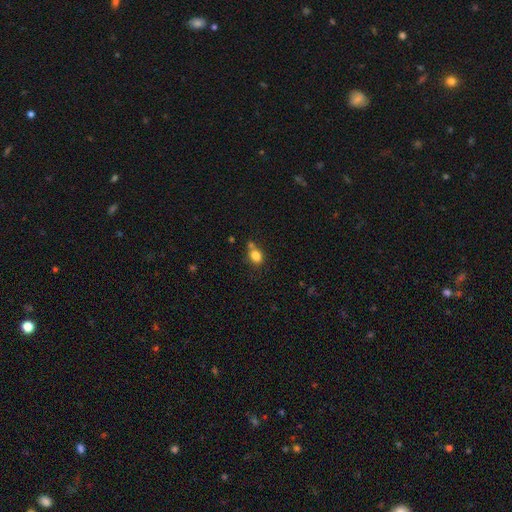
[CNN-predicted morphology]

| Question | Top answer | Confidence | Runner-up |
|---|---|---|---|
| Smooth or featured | smooth | 82% | star or artifact (11%) |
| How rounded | in between | 54% | round (45%) |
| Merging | none | 55% | merger (22%) |